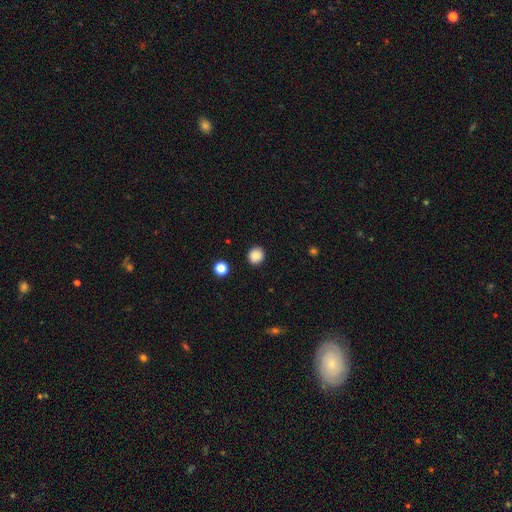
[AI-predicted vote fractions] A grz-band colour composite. It shows a smooth galaxy with no disk features (87%) that is round (90%). Merging: none (91%).